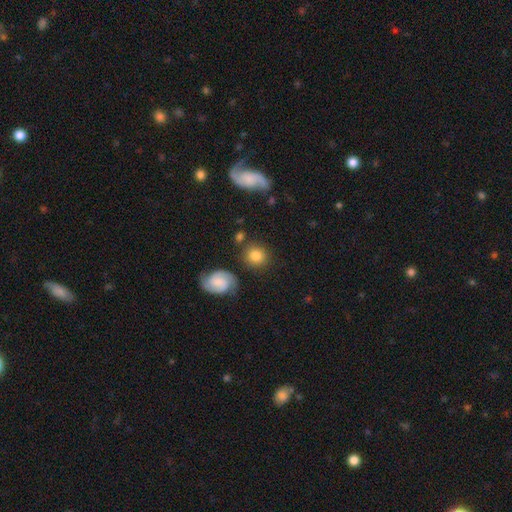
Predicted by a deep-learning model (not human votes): smooth_or_featured: smooth (p=0.77) [alt: featured or disk p=0.15]
how_rounded: round (p=0.83) [alt: in between p=0.15]
merging: none (p=0.80) [alt: minor disturbance p=0.11]